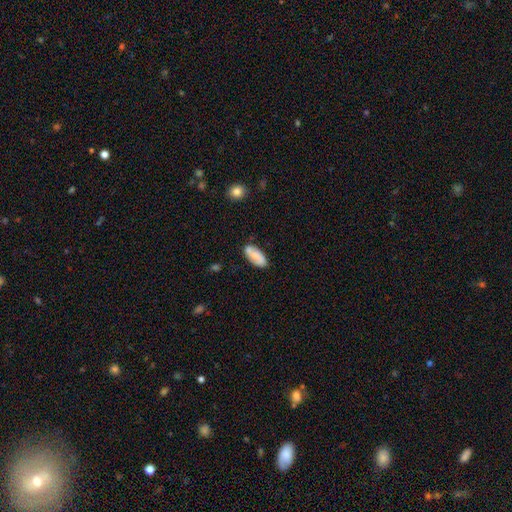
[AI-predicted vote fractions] This appears to be a smooth galaxy with no disk features (56%) that is in between round and cigar-shaped (87%). Merging: none (76%).